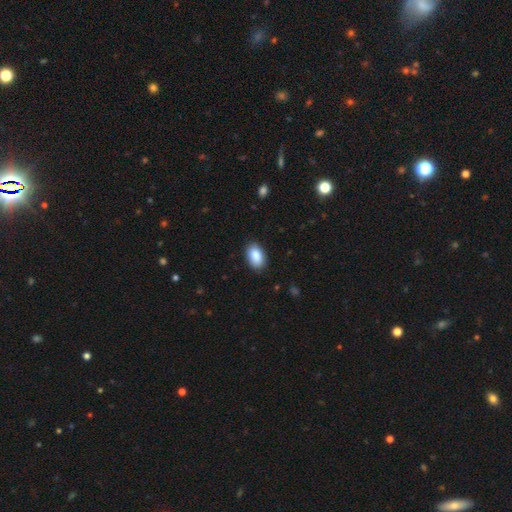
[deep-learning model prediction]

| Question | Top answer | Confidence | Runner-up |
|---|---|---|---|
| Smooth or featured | smooth | 88% | star or artifact (7%) |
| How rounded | in between | 93% | round (6%) |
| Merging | none | 88% | minor disturbance (9%) |